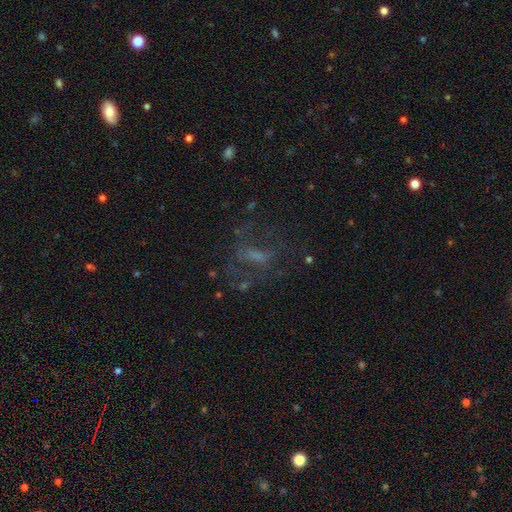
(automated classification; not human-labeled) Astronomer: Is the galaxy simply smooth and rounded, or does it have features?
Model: featured or disk — 48% (runner-up: smooth, 29%).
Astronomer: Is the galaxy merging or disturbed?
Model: none — 52% (runner-up: major disturbance, 29%).